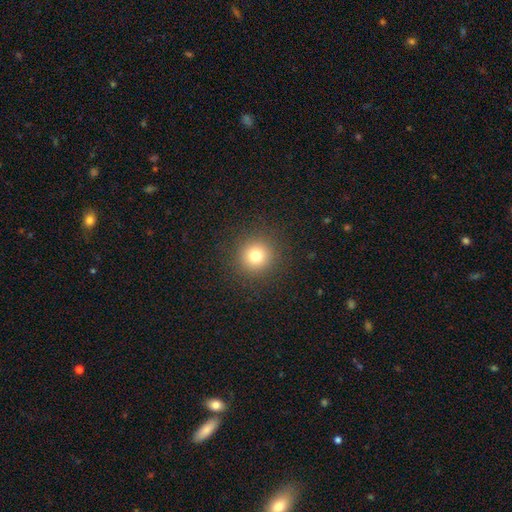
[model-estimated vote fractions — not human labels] smooth 77%, star or artifact 15%, featured or disk 8%. Down the decision tree: how rounded — round (95%); merging — none (91%).